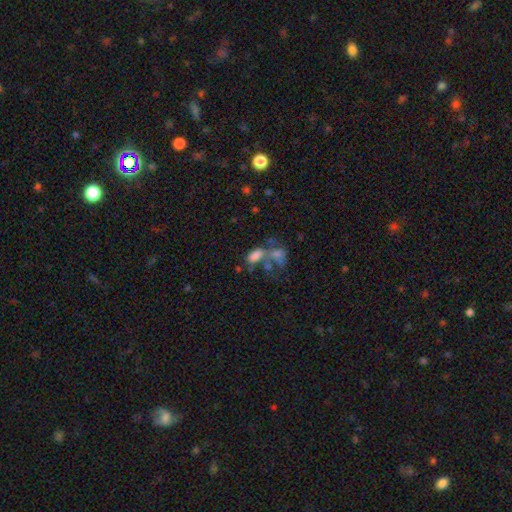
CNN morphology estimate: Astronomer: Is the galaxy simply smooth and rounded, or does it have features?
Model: smooth — 71%.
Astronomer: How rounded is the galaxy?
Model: in between — 90%.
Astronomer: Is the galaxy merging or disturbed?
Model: merger — 50% (runner-up: none, 26%).